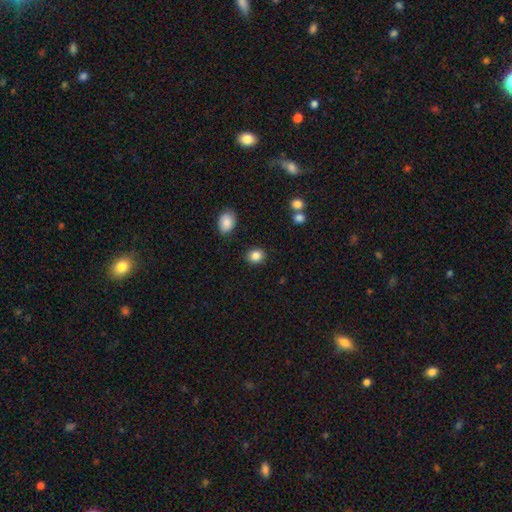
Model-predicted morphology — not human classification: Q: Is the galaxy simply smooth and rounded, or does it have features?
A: smooth — 86%.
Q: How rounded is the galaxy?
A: round — 65%.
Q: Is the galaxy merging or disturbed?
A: none — 88%.